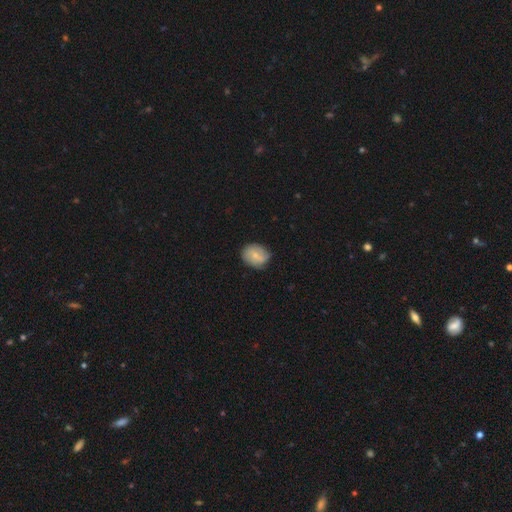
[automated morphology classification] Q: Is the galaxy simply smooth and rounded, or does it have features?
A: smooth — 57%.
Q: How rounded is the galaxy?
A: round — 54%.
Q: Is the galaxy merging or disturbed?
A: none — 76%.